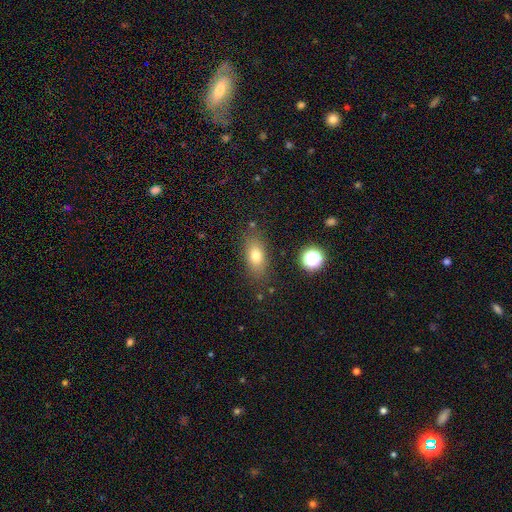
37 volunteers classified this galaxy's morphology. smooth-or-featured: smooth: 89% | featured or disk: 8% | star or artifact: 3%
  how-rounded: in between: 73% | round: 15% | cigar-shaped: 12%
  merging: none: 64% | major disturbance: 19% | minor disturbance: 17% | merger: 0%